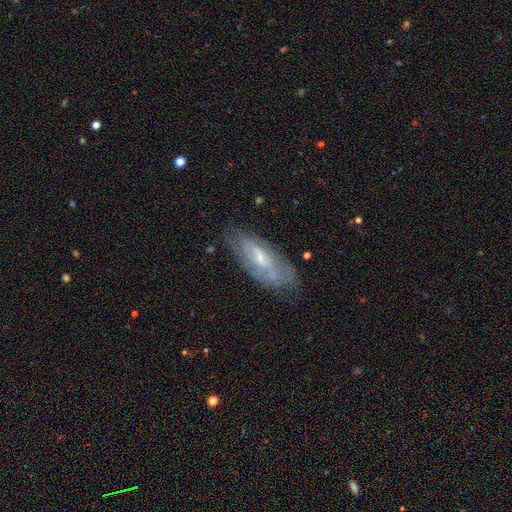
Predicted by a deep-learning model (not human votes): Smooth or featured? Predicted: featured or disk (p=0.56). Edge-on disk? Predicted: no (p=0.76). Merging? Predicted: none (p=0.78).